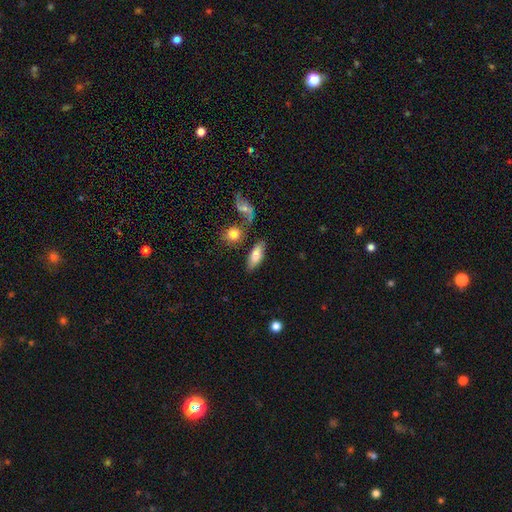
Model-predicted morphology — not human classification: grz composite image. It shows a smooth galaxy with no disk features (76%) that is in between round and cigar-shaped (76%). Merging: none (71%).